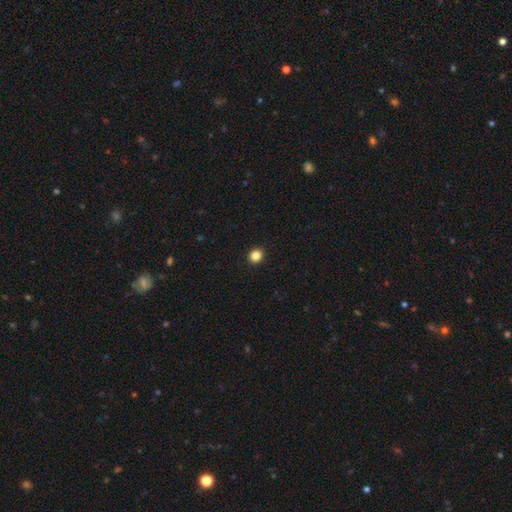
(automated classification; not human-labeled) A smooth galaxy with no disk features (85%) that is round (89%). Merging: none (94%).